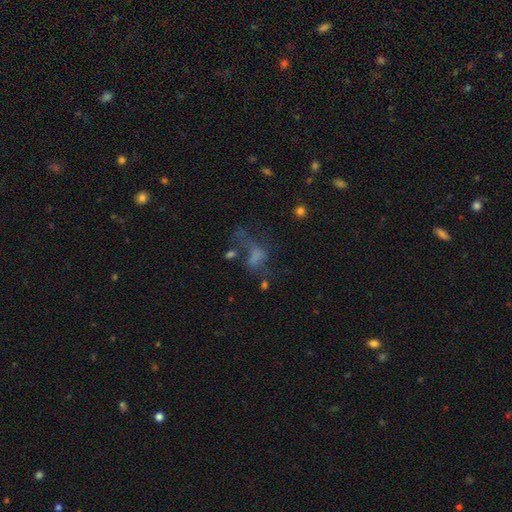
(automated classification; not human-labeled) Q: Smooth or featured?
A: featured or disk (35%); runner-up: smooth (34%)
Q: Merging?
A: major disturbance (41%); runner-up: none (32%)